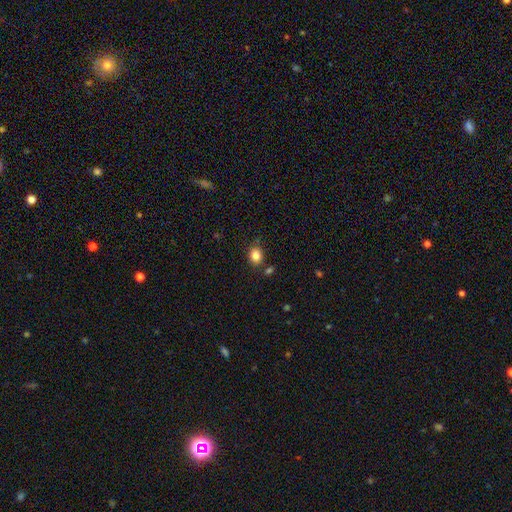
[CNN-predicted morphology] Smooth or featured: smooth — 84% (star or artifact — 11%)
How rounded: round — 62% (in between — 37%)
Merging: none — 79% (minor disturbance — 12%)